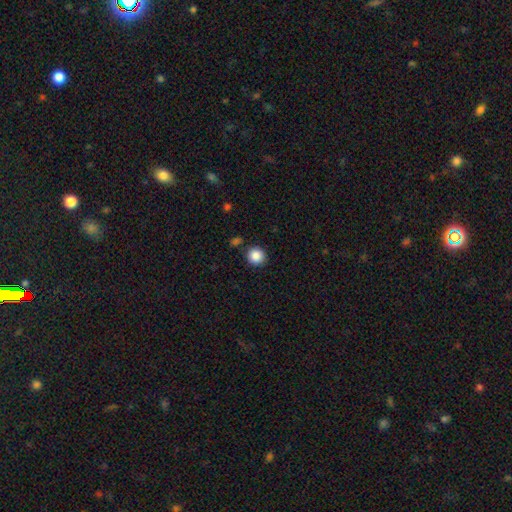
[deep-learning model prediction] Morphology: type=smooth (87%); roundness=round (93%); merging=none (86%).